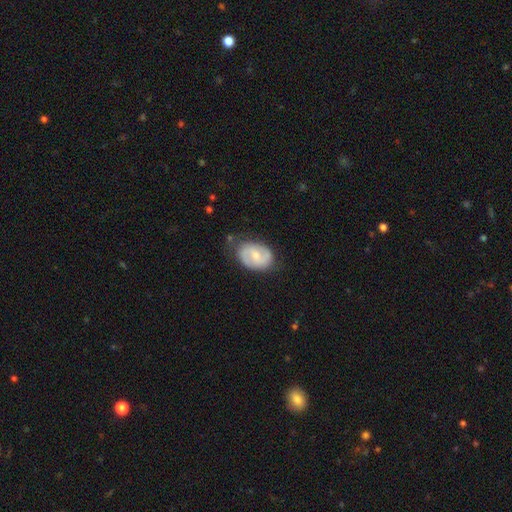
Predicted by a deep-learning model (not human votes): Smooth or featured? Predicted: featured or disk (p=0.60). Edge-on disk? Predicted: no (p=0.97). Bar? Predicted: weak (p=0.52). Spiral arms? Predicted: yes (p=0.80). Bulge size? Predicted: moderate (p=0.49). Merging? Predicted: none (p=0.69).